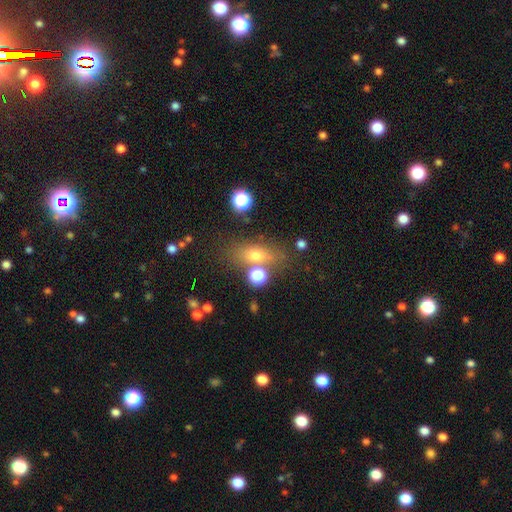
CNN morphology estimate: Smooth or featured?
  - smooth: 67% *
  - featured or disk: 17%
  - star or artifact: 16%
How rounded?
  - in between: 67% *
  - round: 22%
  - cigar-shaped: 11%
Merging?
  - none: 67% *
  - minor disturbance: 14%
  - merger: 13%
  - major disturbance: 6%